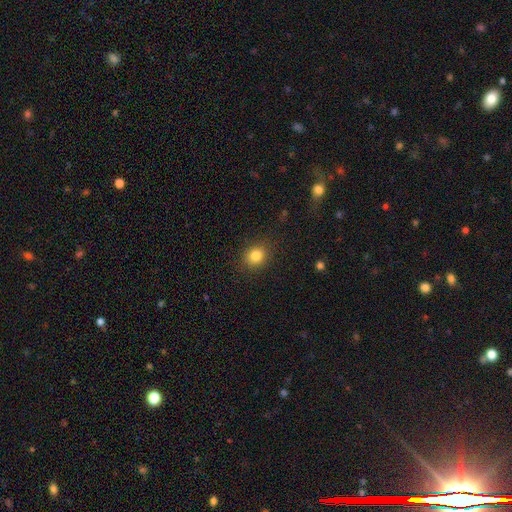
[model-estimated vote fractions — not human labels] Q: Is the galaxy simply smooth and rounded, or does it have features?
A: smooth — 83%.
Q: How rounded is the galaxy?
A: round — 74%.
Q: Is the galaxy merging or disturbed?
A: none — 87%.